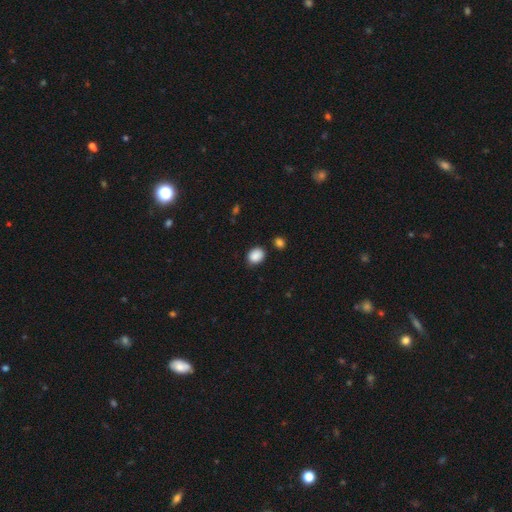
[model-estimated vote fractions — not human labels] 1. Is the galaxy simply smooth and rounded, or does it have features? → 89% smooth, 8% star or artifact, 3% featured or disk.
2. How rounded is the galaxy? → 58% in between, 41% round, 1% cigar-shaped.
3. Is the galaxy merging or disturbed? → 79% none, 14% minor disturbance, 4% merger, 3% major disturbance.